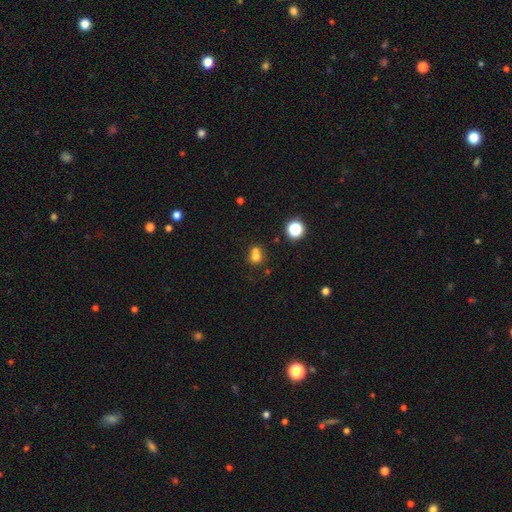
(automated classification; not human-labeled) smooth-or-featured: smooth: 70% | star or artifact: 16% | featured or disk: 14%
  how-rounded: round: 78% | in between: 21% | cigar-shaped: 1%
  merging: merger: 49% | none: 39% | minor disturbance: 8% | major disturbance: 4%